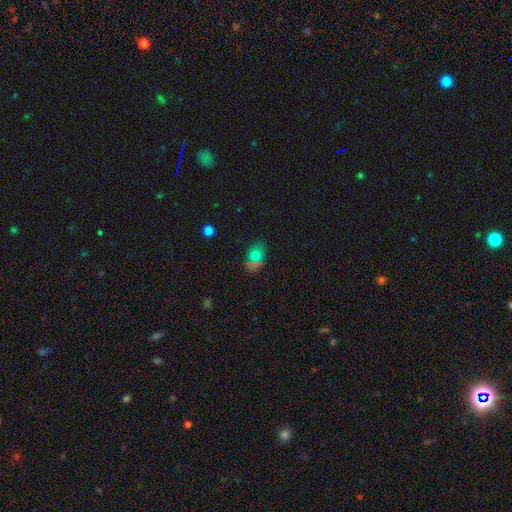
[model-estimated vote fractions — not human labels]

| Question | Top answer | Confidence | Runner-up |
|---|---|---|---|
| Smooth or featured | smooth | 66% | star or artifact (21%) |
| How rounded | in between | 68% | round (30%) |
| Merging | none | 69% | minor disturbance (17%) |